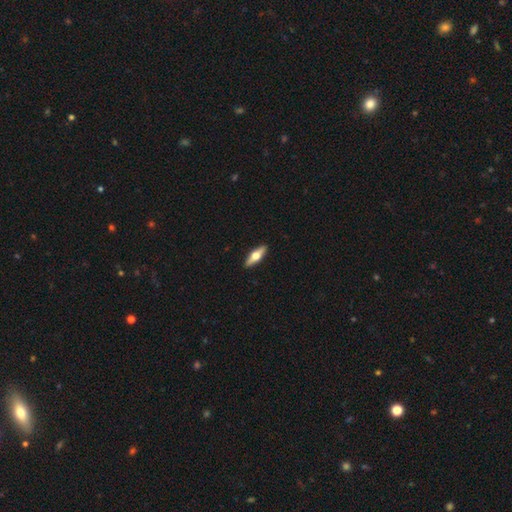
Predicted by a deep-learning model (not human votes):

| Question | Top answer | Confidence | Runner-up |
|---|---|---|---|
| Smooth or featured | featured or disk | 57% | smooth (38%) |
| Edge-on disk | yes | 94% | no (6%) |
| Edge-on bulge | rounded | 96% | boxy (3%) |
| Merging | none | 91% | minor disturbance (6%) |